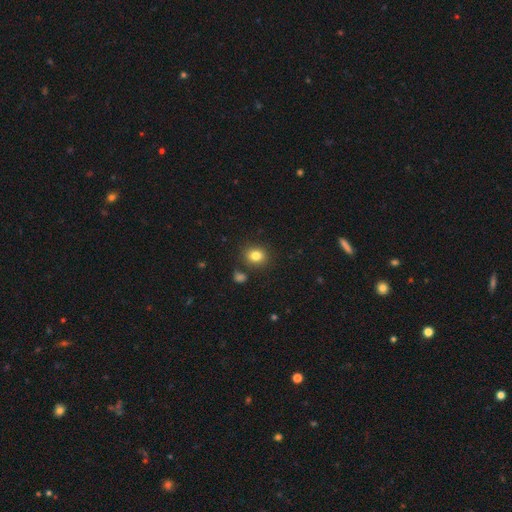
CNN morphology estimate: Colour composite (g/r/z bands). It shows a smooth galaxy with no disk features (82%) that is round (67%). Merging: none (83%).